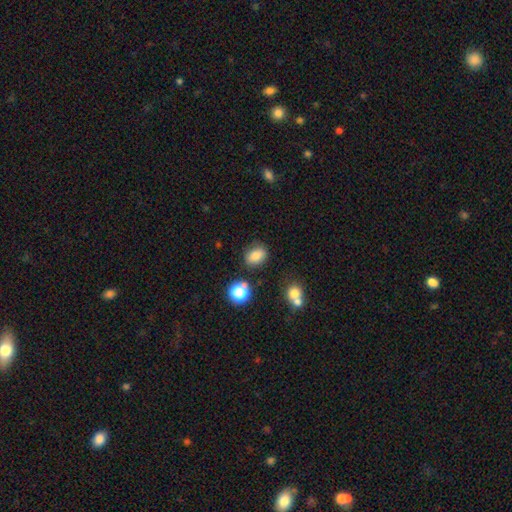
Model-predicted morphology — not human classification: Smooth or featured: smooth — 79% (star or artifact — 13%)
How rounded: in between — 69% (round — 29%)
Merging: none — 78% (minor disturbance — 13%)